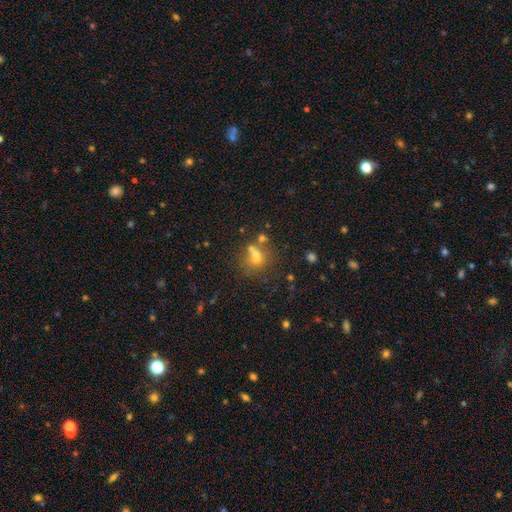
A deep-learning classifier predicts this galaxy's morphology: Smooth or featured: smooth — 53% (star or artifact — 29%)
How rounded: round — 64% (in between — 32%)
Merging: none — 52% (merger — 21%)